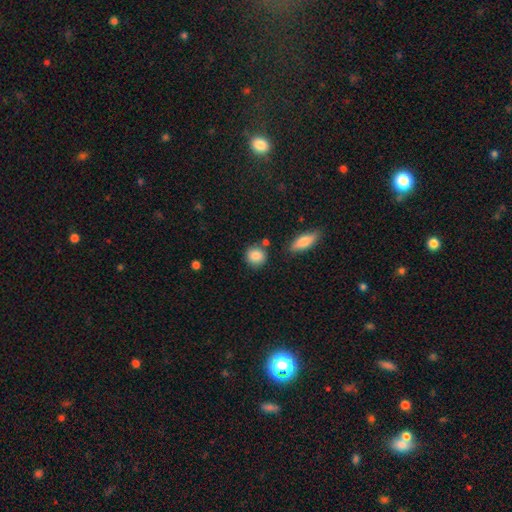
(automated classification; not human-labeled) Smooth or featured?
  - smooth: 87% *
  - star or artifact: 8%
  - featured or disk: 6%
How rounded?
  - round: 84% *
  - in between: 14%
  - cigar-shaped: 2%
Merging?
  - none: 78% *
  - minor disturbance: 12%
  - merger: 7%
  - major disturbance: 3%